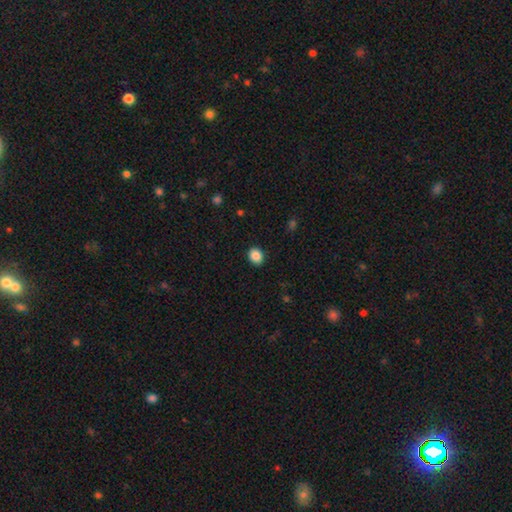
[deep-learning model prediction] Smooth or featured? Predicted: smooth (p=0.87). How rounded? Predicted: round (p=0.58). Merging? Predicted: none (p=0.90).